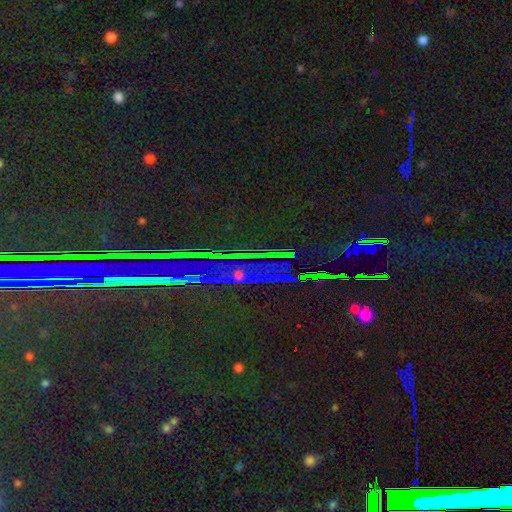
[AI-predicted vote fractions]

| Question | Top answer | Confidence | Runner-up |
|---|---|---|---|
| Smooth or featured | star or artifact | 87% | featured or disk (7%) |